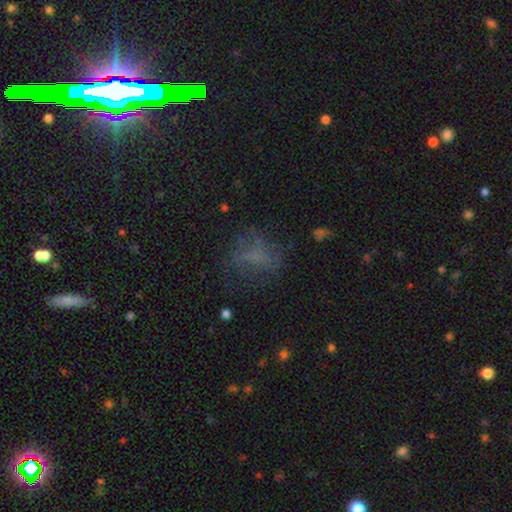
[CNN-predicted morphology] smooth-or-featured: smooth: 45% | star or artifact: 28% | featured or disk: 27%
  merging: none: 54% | major disturbance: 24% | minor disturbance: 20% | merger: 3%